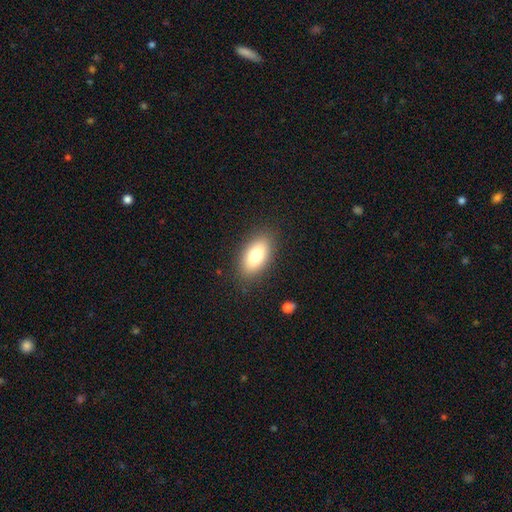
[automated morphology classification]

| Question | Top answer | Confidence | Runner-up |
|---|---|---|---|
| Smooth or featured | smooth | 78% | featured or disk (14%) |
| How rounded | in between | 91% | cigar-shaped (5%) |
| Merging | none | 86% | minor disturbance (10%) |